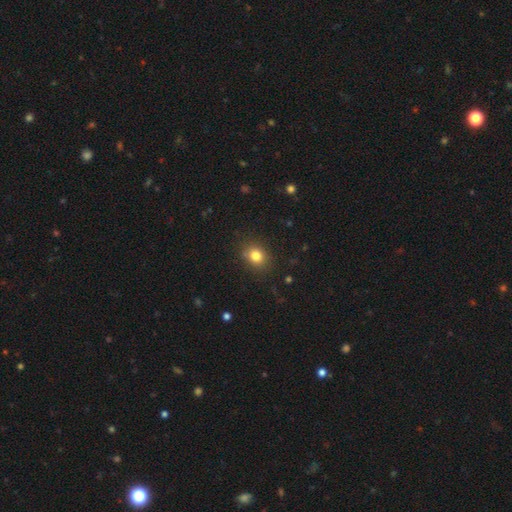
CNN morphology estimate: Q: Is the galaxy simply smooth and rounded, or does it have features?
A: smooth — 81%.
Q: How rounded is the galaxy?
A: round — 66%.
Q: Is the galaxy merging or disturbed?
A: none — 84%.